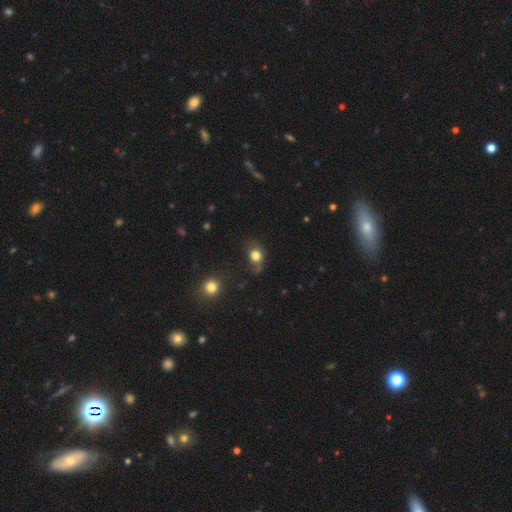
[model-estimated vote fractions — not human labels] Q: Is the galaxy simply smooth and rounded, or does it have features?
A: smooth — 80%.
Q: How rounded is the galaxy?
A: round — 70%.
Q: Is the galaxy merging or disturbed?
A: none — 59%.